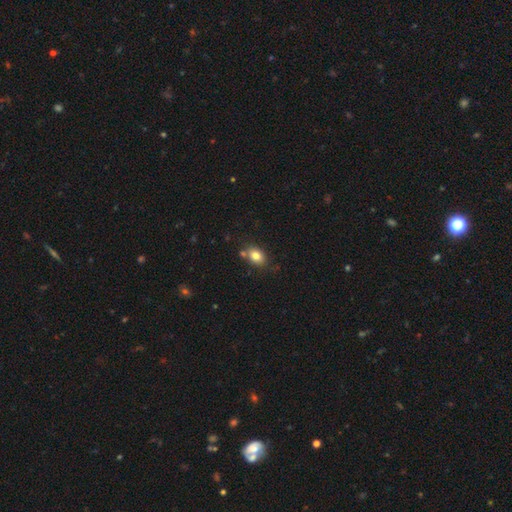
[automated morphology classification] Smooth or featured?
  - smooth: 81% *
  - star or artifact: 10%
  - featured or disk: 10%
How rounded?
  - in between: 69% *
  - round: 30%
  - cigar-shaped: 1%
Merging?
  - none: 69% *
  - minor disturbance: 15%
  - merger: 12%
  - major disturbance: 4%